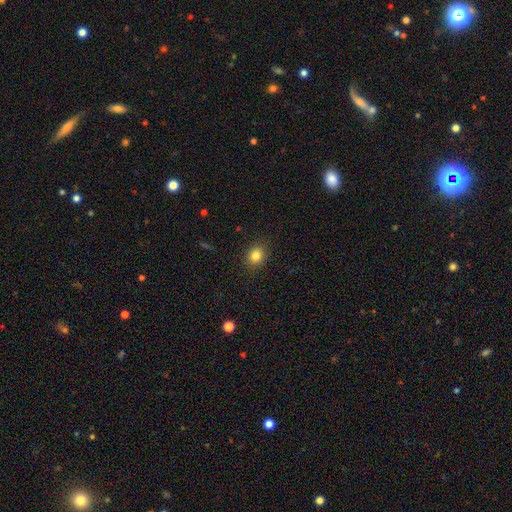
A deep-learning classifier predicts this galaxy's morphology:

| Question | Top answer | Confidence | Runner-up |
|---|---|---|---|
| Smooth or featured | smooth | 83% | star or artifact (11%) |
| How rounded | round | 60% | in between (39%) |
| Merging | none | 88% | minor disturbance (9%) |